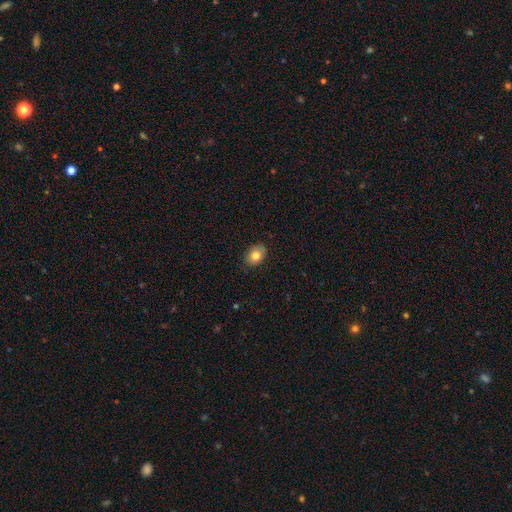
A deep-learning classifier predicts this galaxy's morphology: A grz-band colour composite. It shows a smooth galaxy with no disk features (81%) that is in between round and cigar-shaped (70%). Merging: none (84%).